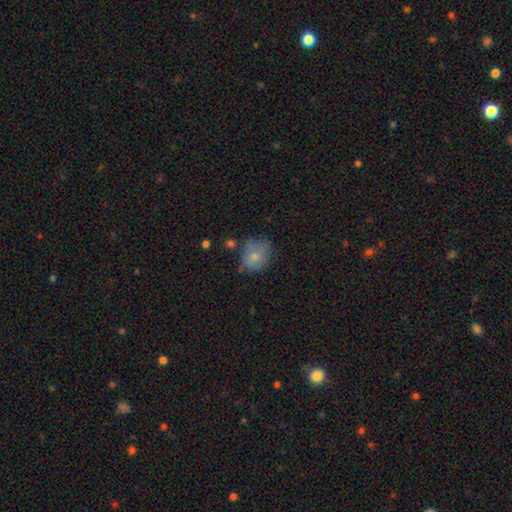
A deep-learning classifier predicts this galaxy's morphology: Smooth or featured? smooth (75%)
How rounded? round (66%)
Merging? none (54%)